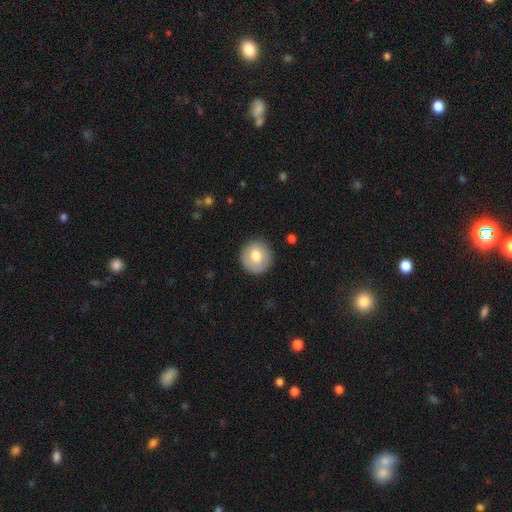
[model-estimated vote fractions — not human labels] smooth_or_featured: smooth (p=0.75) [alt: featured or disk p=0.18]
how_rounded: round (p=0.93) [alt: in between p=0.06]
merging: none (p=0.88) [alt: minor disturbance p=0.08]